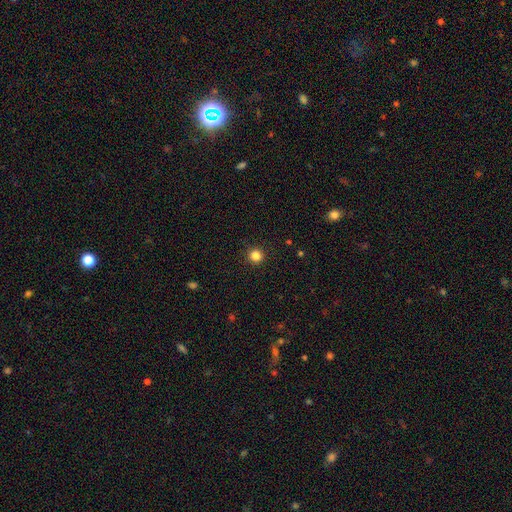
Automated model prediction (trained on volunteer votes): Smooth or featured: smooth — 84% (star or artifact — 12%)
How rounded: round — 96% (in between — 3%)
Merging: none — 93% (minor disturbance — 4%)